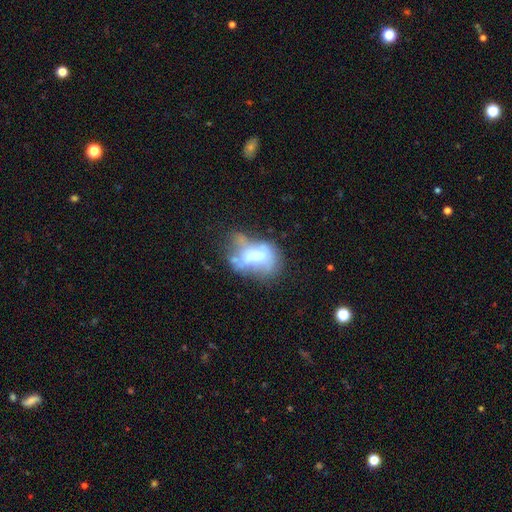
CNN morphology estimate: A featured or disk galaxy (48%).

Vote fractions:
- Smooth or featured? featured or disk: 48% / smooth: 41% / star or artifact: 11%
- Merging? major disturbance: 33% / merger: 23% / none: 23% / minor disturbance: 21%